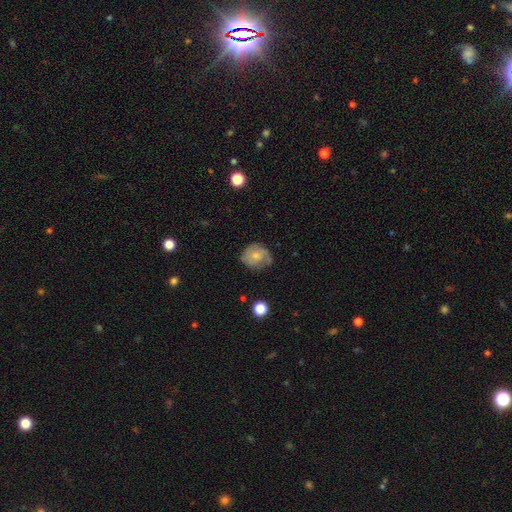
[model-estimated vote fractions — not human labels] Q: Smooth or featured?
A: smooth (53%); runner-up: featured or disk (39%)
Q: How rounded?
A: round (70%); runner-up: in between (29%)
Q: Merging?
A: none (55%); runner-up: minor disturbance (31%)